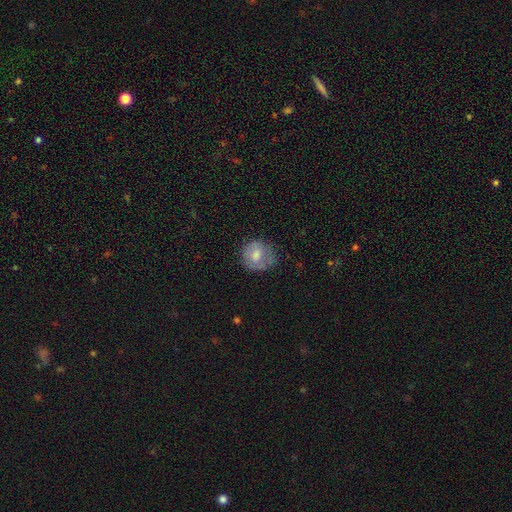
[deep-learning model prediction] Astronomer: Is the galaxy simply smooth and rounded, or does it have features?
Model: smooth — 62%.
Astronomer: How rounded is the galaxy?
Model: round — 81%.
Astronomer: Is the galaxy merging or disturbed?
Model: none — 65%.